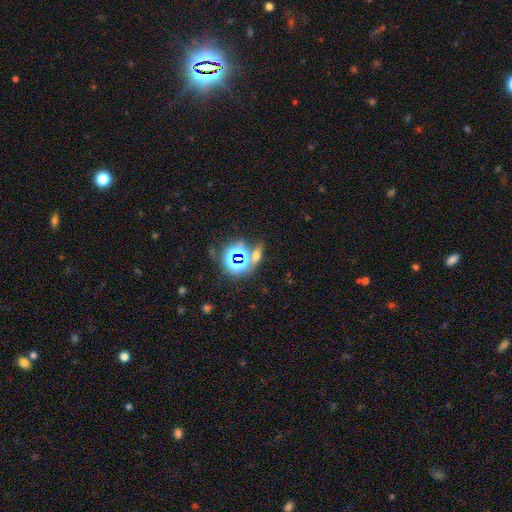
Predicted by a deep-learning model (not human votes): Smooth or featured? star or artifact (50%)